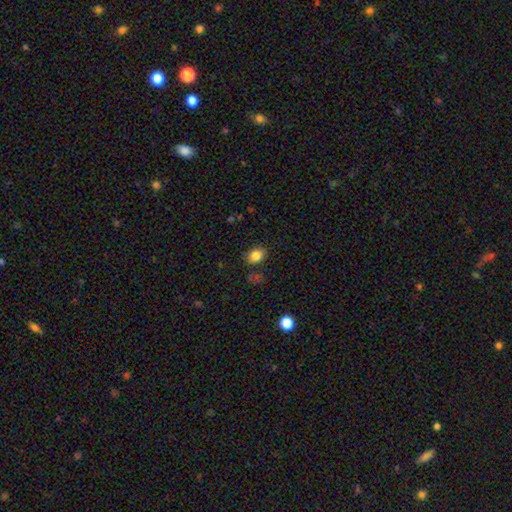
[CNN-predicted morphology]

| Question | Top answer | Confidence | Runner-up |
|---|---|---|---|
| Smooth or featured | smooth | 83% | star or artifact (10%) |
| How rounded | in between | 56% | round (43%) |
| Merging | none | 81% | minor disturbance (13%) |